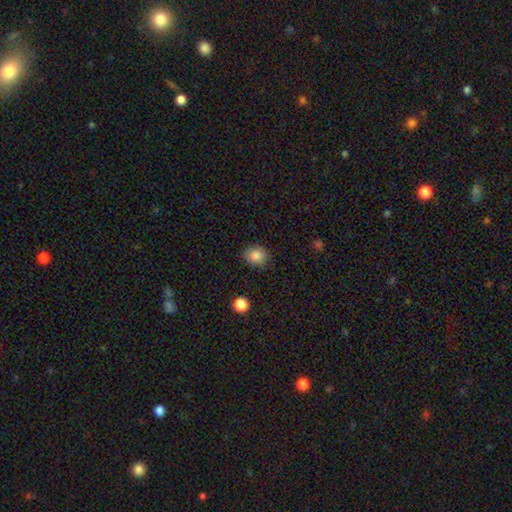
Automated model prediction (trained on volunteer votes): Smooth or featured: smooth — 85% (star or artifact — 10%)
How rounded: round — 70% (in between — 29%)
Merging: none — 85% (minor disturbance — 11%)